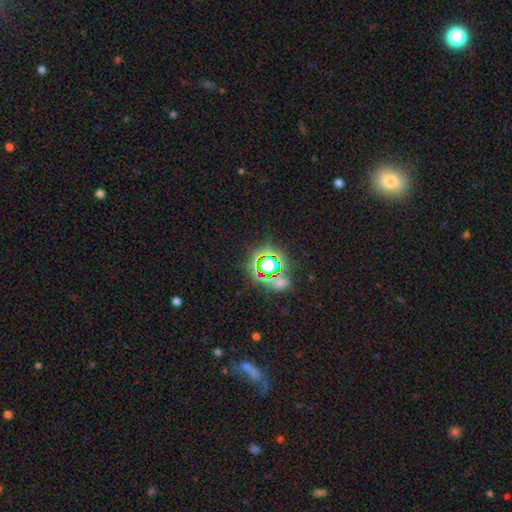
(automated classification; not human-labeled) The model was most divided on "smooth or featured": star or artifact: 66%, smooth: 23%, featured or disk: 11%.